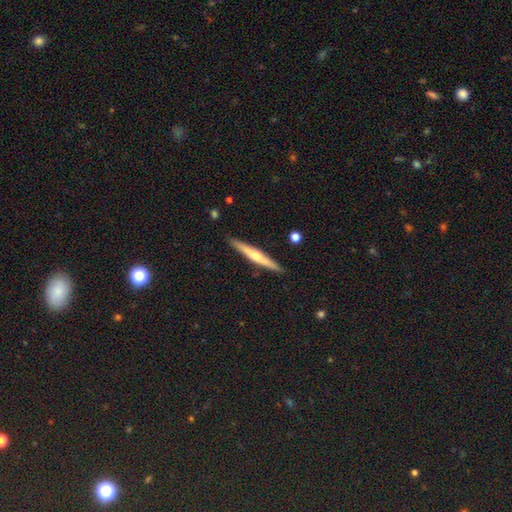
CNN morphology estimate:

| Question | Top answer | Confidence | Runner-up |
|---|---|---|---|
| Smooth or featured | featured or disk | 60% | smooth (34%) |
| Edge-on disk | yes | 97% | no (3%) |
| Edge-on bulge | rounded | 79% | none (17%) |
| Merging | none | 91% | minor disturbance (7%) |